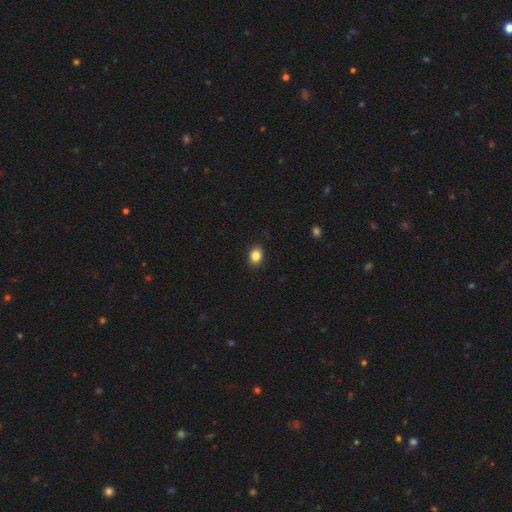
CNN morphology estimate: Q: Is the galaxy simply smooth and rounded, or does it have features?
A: smooth — 86%.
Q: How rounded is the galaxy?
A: in between — 69%.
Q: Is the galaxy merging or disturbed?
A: none — 90%.